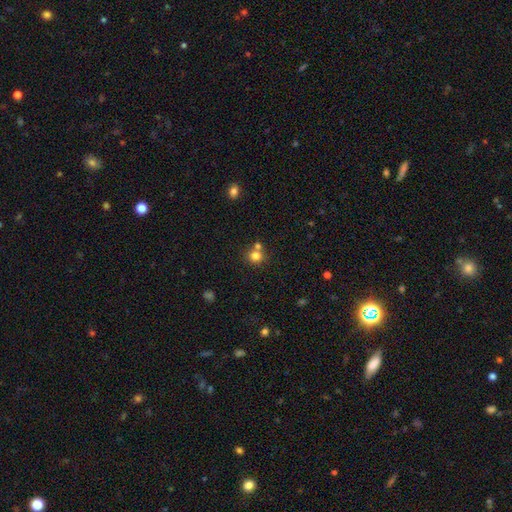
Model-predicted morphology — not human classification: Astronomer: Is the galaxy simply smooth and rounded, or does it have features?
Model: smooth — 79%.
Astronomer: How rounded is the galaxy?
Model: round — 86%.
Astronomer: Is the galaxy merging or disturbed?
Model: none — 60%.